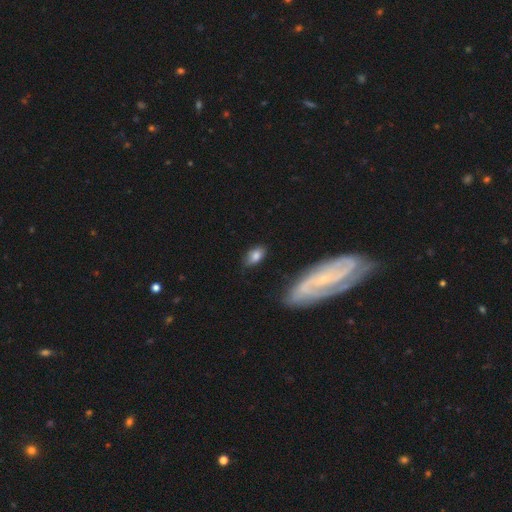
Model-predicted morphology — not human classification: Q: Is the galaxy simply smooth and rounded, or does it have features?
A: smooth — 75%.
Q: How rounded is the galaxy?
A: in between — 89%.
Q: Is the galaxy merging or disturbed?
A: none — 75%.